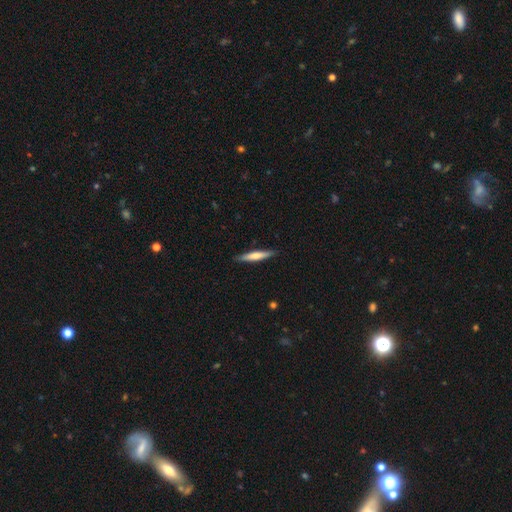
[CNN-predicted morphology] Smooth or featured?
  - smooth: 60% *
  - featured or disk: 35%
  - star or artifact: 5%
How rounded?
  - cigar-shaped: 91% *
  - in between: 7%
  - round: 1%
Merging?
  - none: 89% *
  - minor disturbance: 9%
  - major disturbance: 2%
  - merger: 1%